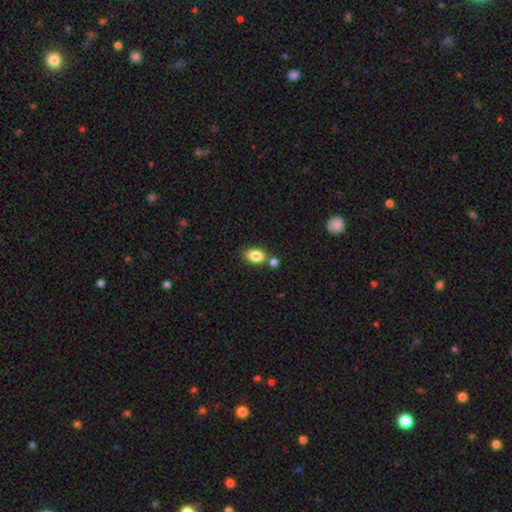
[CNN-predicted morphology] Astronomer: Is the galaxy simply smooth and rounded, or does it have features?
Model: smooth — 84%.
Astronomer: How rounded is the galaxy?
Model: in between — 86%.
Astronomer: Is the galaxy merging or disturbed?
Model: none — 68%.